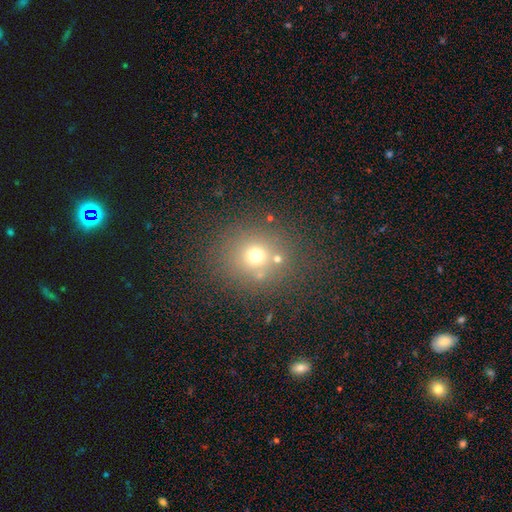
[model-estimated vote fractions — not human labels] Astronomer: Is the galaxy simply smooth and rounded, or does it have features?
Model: smooth — 66%.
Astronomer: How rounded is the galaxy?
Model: round — 84%.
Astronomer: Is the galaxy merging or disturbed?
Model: none — 75%.